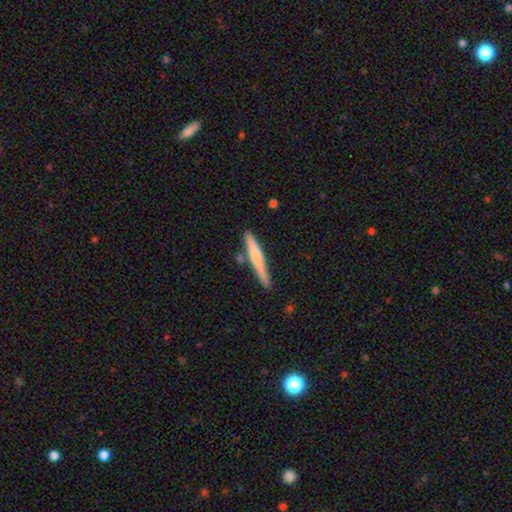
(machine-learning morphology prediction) type=smooth (58%); roundness=cigar-shaped (95%); merging=none (78%).